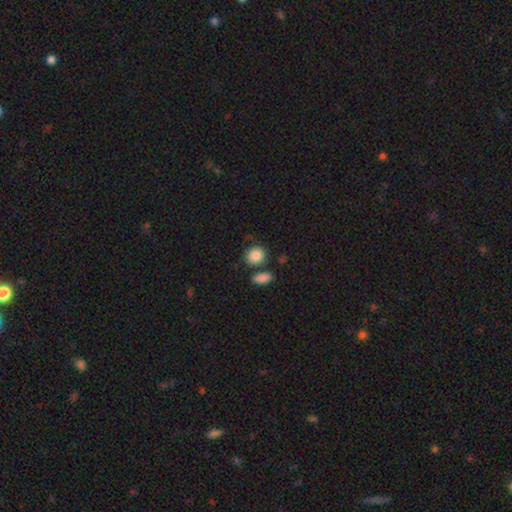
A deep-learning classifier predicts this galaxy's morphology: smooth 87%, star or artifact 8%, featured or disk 5%. Down the decision tree: how rounded — round (73%); merging — none (72%).